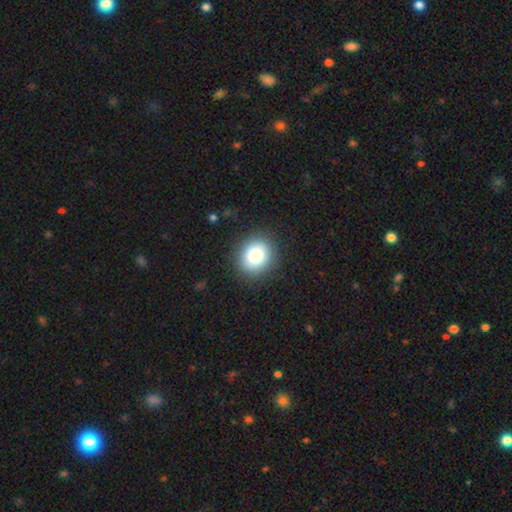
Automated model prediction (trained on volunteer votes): Q: Smooth or featured?
A: smooth (80%); runner-up: featured or disk (10%)
Q: How rounded?
A: round (73%); runner-up: in between (26%)
Q: Merging?
A: none (88%); runner-up: minor disturbance (8%)